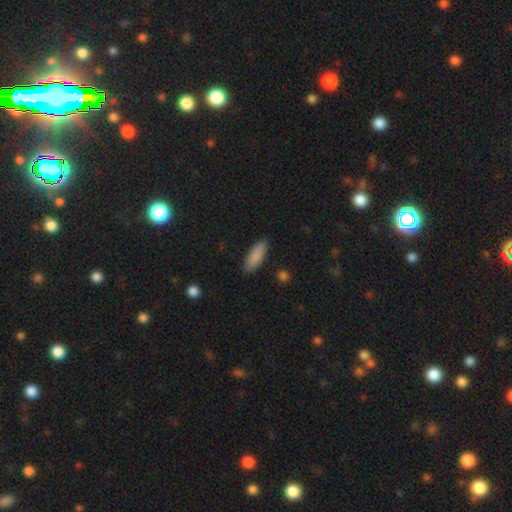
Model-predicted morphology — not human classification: smooth-or-featured: smooth: 88% | featured or disk: 6% | star or artifact: 6%
  how-rounded: in between: 64% | cigar-shaped: 35% | round: 2%
  merging: none: 87% | minor disturbance: 10% | major disturbance: 2% | merger: 1%